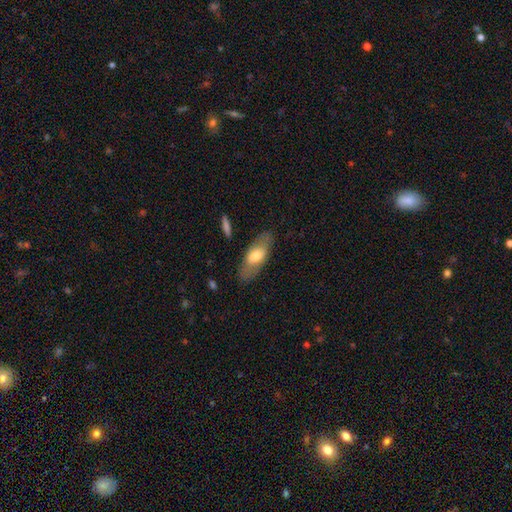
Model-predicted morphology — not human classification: smooth_or_featured: smooth (p=0.60) [alt: featured or disk p=0.34]
how_rounded: in between (p=0.78) [alt: cigar-shaped p=0.19]
merging: none (p=0.81) [alt: minor disturbance p=0.13]